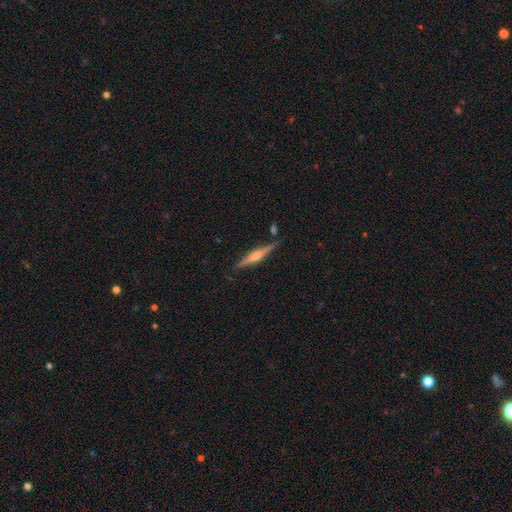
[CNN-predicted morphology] smooth_or_featured: featured or disk (p=0.79) [alt: smooth p=0.15]
disk_edge_on: yes (p=0.98) [alt: no p=0.02]
edge_on_bulge: rounded (p=0.83) [alt: boxy p=0.12]
merging: none (p=0.87) [alt: minor disturbance p=0.08]